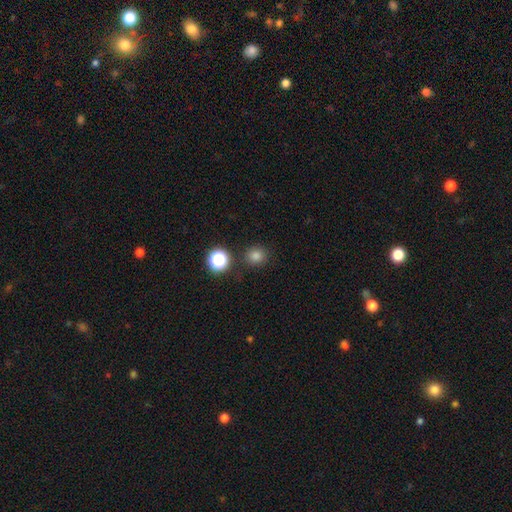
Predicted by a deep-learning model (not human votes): The model was most divided on "smooth or featured": smooth: 79%, star or artifact: 16%, featured or disk: 4%. More confident: how rounded — round (88%); merging — none (85%).